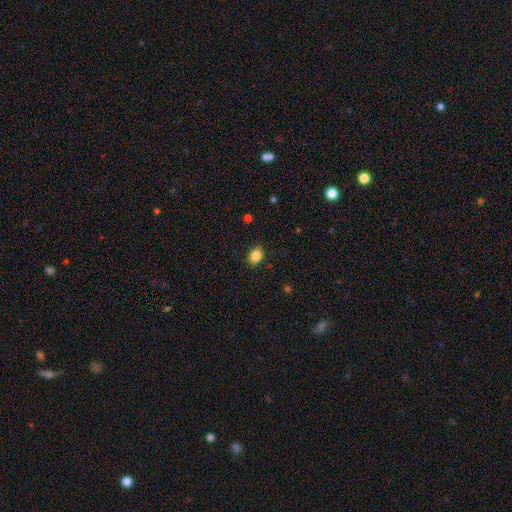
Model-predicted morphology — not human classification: Smooth or featured? Predicted: smooth (p=0.86). How rounded? Predicted: in between (p=0.75). Merging? Predicted: none (p=0.87).